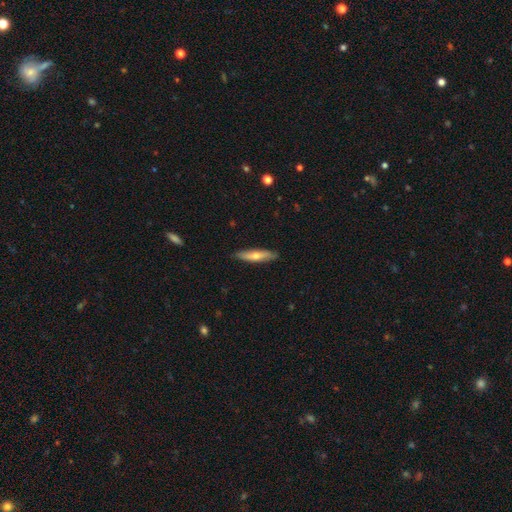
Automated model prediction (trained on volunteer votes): Smooth or featured? smooth (56%)
How rounded? cigar-shaped (76%)
Merging? none (87%)